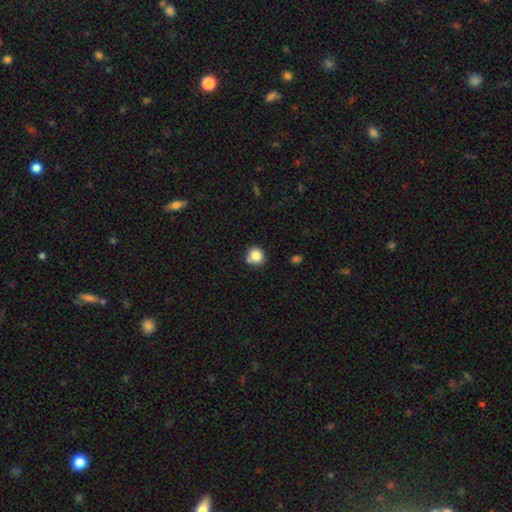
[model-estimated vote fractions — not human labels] A smooth galaxy with no disk features (82%) that is round (87%).

Vote fractions:
- Smooth or featured? smooth: 82% / star or artifact: 10% / featured or disk: 7%
- How rounded? round: 87% / in between: 12% / cigar-shaped: 1%
- Merging? none: 71% / minor disturbance: 14% / merger: 11% / major disturbance: 3%